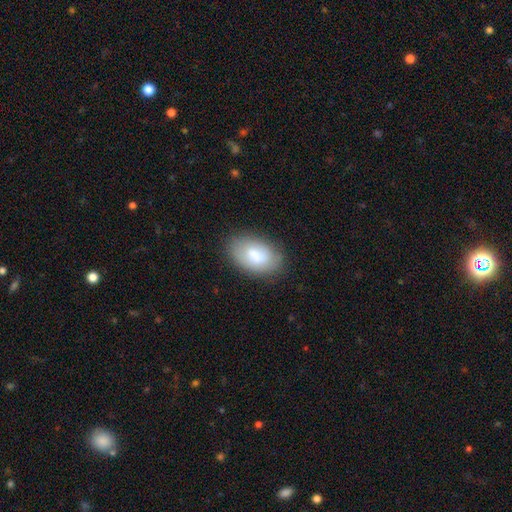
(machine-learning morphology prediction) Overall: smooth (75%). How rounded: in between (91%). Merging: none (76%).